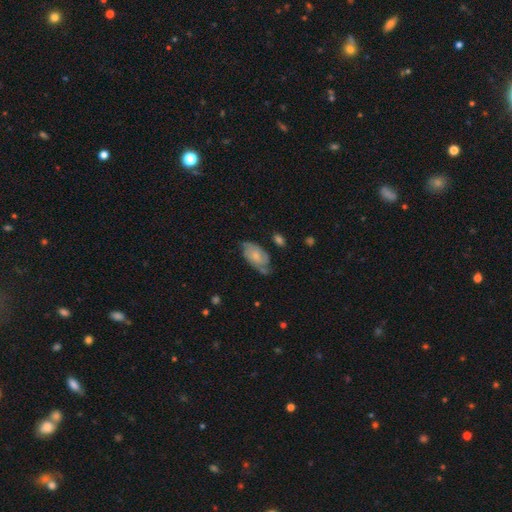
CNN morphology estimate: A featured or disk galaxy (51%).

Vote fractions:
- Smooth or featured? featured or disk: 51% / smooth: 42% / star or artifact: 6%
- Edge-on disk? no: 94% / yes: 6%
- Merging? none: 53% / minor disturbance: 32% / major disturbance: 11% / merger: 4%